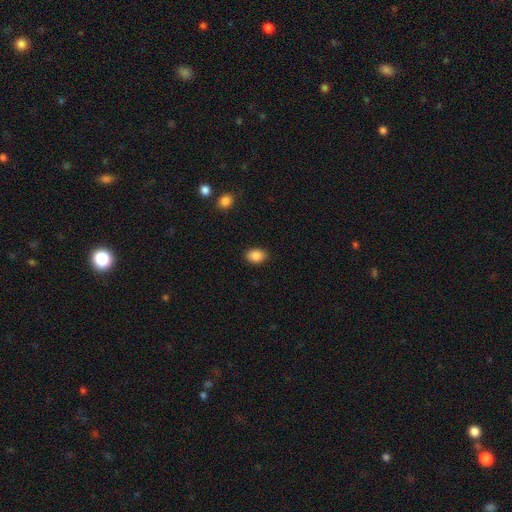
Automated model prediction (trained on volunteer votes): smooth_or_featured: smooth (p=0.88) [alt: star or artifact p=0.08]
how_rounded: in between (p=0.78) [alt: round p=0.21]
merging: none (p=0.88) [alt: minor disturbance p=0.09]